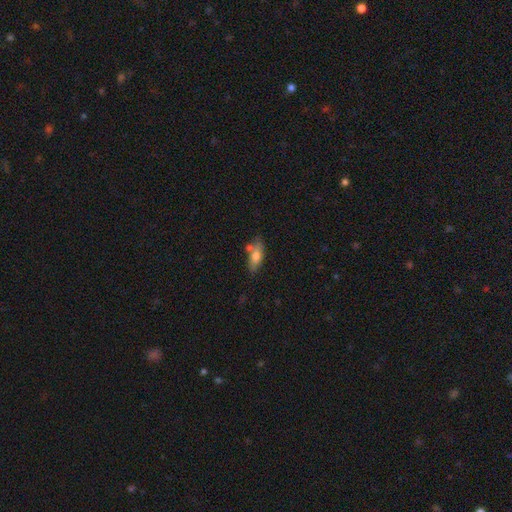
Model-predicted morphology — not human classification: A smooth galaxy with no disk features (71%) that is in between round and cigar-shaped (72%).

Vote fractions:
- Smooth or featured? smooth: 71% / featured or disk: 22% / star or artifact: 7%
- How rounded? in between: 72% / cigar-shaped: 25% / round: 3%
- Merging? none: 59% / minor disturbance: 19% / merger: 17% / major disturbance: 5%